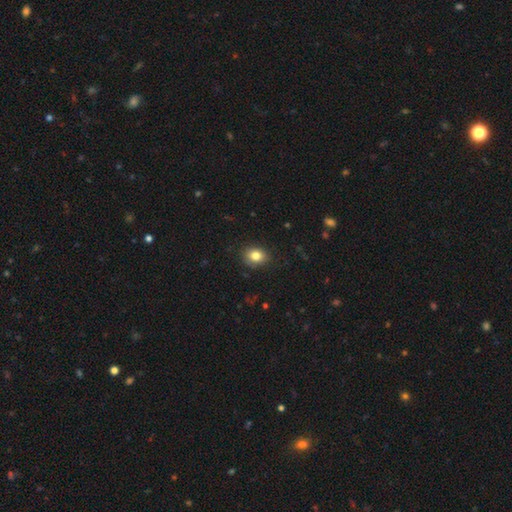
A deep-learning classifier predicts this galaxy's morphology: A smooth galaxy with no disk features (82%) that is round (51%).

Vote fractions:
- Smooth or featured? smooth: 82% / star or artifact: 10% / featured or disk: 8%
- How rounded? round: 51% / in between: 48% / cigar-shaped: 1%
- Merging? none: 86% / minor disturbance: 10% / major disturbance: 2% / merger: 1%